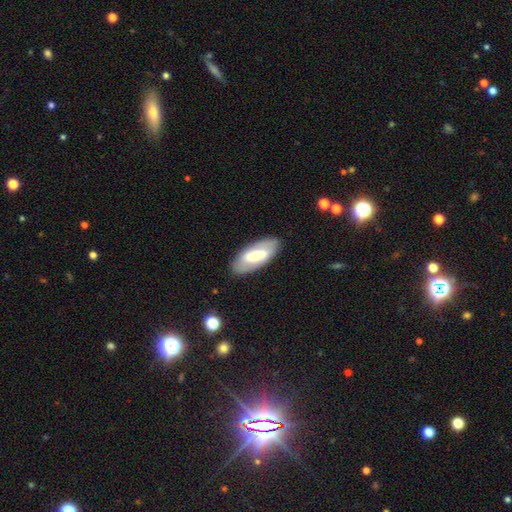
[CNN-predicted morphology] Overall: featured or disk (47%, tied with smooth). Merging: none (85%).